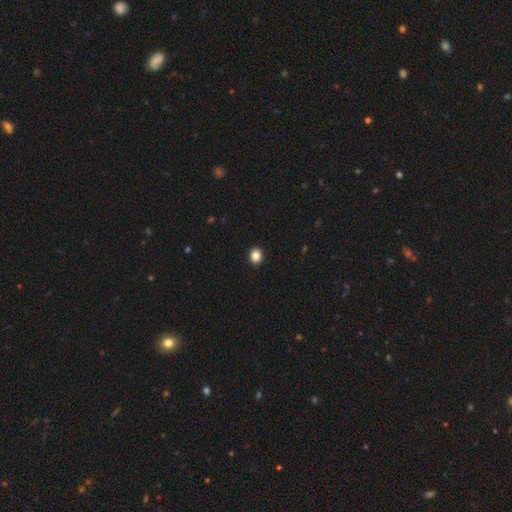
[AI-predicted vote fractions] This is clearly a smooth galaxy (86%). How rounded: likely round (67%). Merging: clearly none (92%).